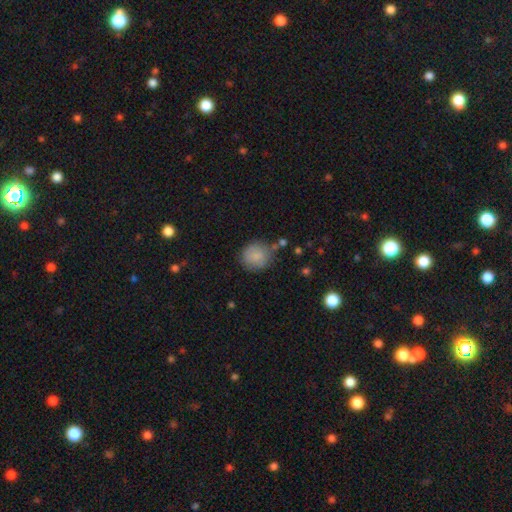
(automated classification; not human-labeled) Smooth or featured? smooth (84%)
How rounded? round (87%)
Merging? none (72%)